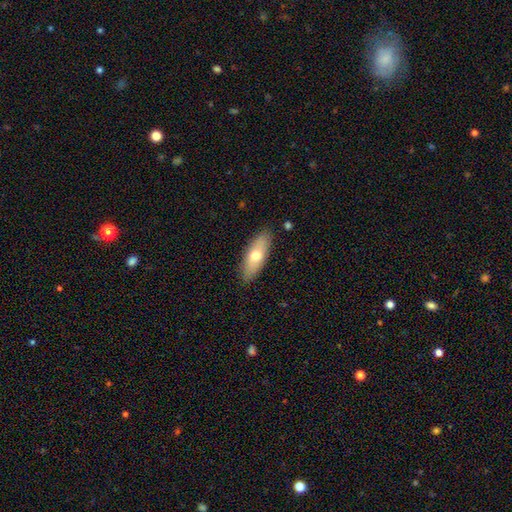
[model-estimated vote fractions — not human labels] This appears to be a smooth galaxy with no disk features (65%) that is in between round and cigar-shaped (68%). Merging: none (87%).